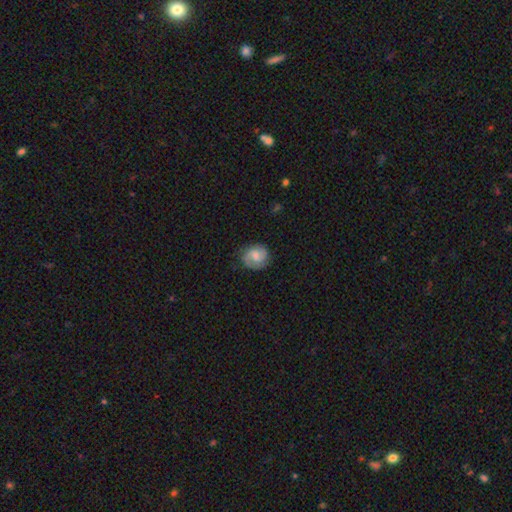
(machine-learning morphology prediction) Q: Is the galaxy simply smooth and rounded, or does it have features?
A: featured or disk — 49%.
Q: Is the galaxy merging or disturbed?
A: none — 79%.